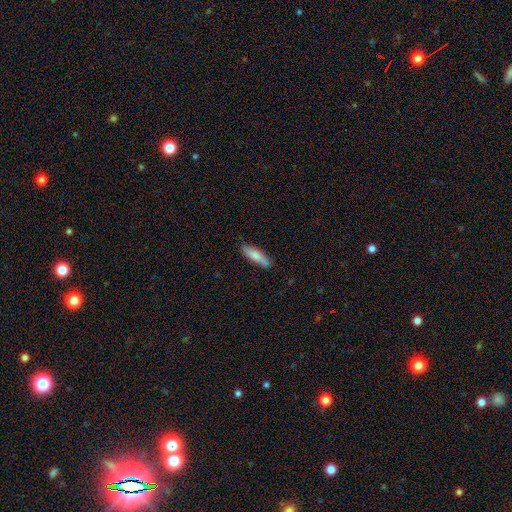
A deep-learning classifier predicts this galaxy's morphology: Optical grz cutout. It shows a smooth galaxy with no disk features (79%) that is cigar-shaped (62%). Merging: none (81%).